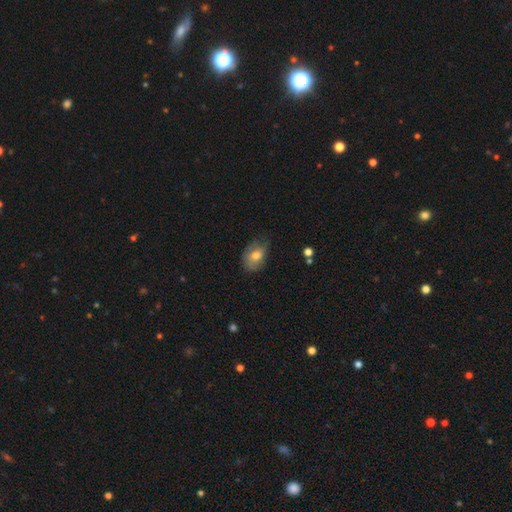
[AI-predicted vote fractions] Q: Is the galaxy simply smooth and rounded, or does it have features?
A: smooth — 68%.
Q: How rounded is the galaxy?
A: in between — 73%.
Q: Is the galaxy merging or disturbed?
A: none — 47%.